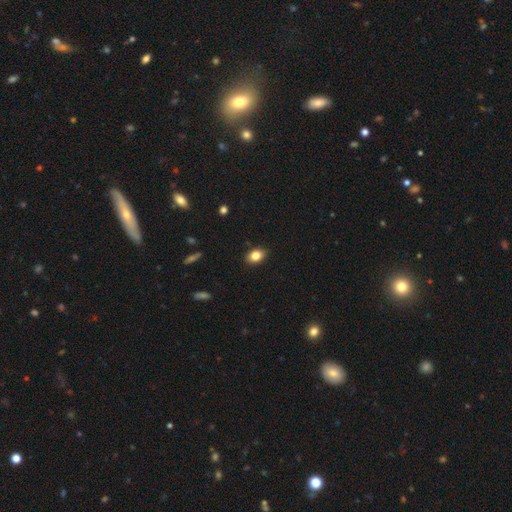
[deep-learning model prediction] This is clearly a smooth galaxy (83%). How rounded: likely in between (71%). Merging: clearly none (87%).